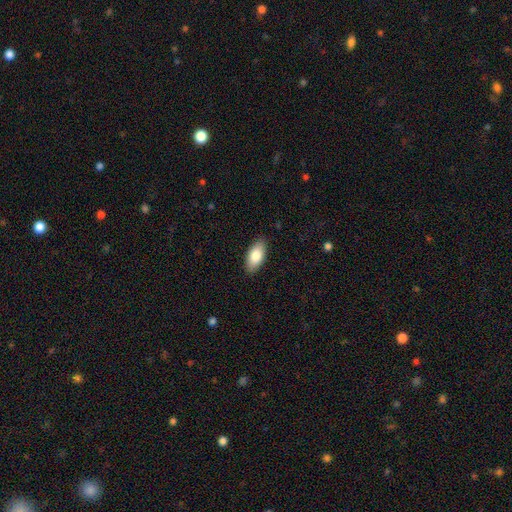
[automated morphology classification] A smooth galaxy with no disk features (84%) that is in between round and cigar-shaped (91%).

Vote fractions:
- Smooth or featured? smooth: 84% / featured or disk: 10% / star or artifact: 6%
- How rounded? in between: 91% / cigar-shaped: 7% / round: 2%
- Merging? none: 87% / minor disturbance: 10% / major disturbance: 2% / merger: 1%